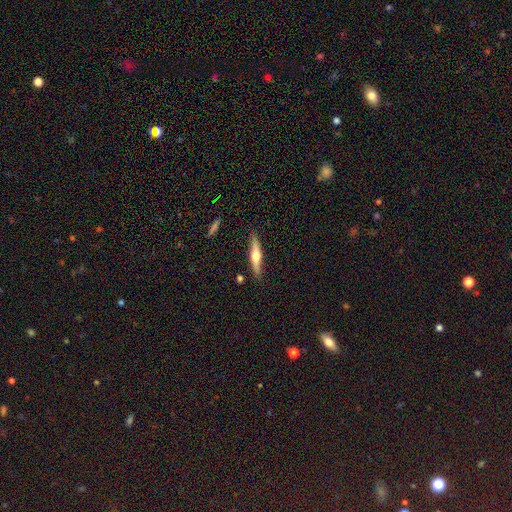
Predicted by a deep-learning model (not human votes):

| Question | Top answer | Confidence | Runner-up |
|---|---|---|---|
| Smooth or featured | featured or disk | 56% | smooth (39%) |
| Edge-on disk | yes | 94% | no (6%) |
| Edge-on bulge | rounded | 91% | boxy (5%) |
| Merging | none | 85% | minor disturbance (11%) |